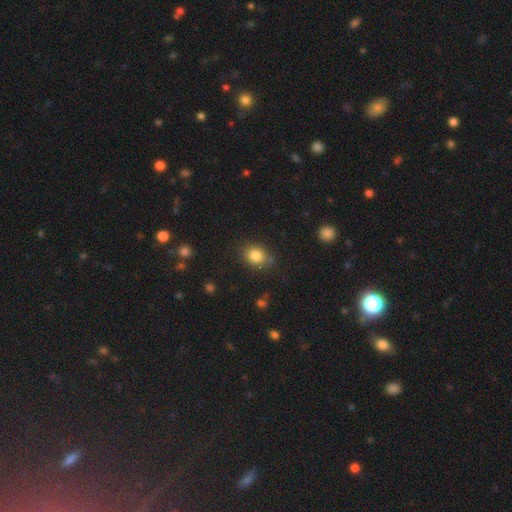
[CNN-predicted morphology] type=smooth (83%); roundness=round (55%); merging=none (78%).